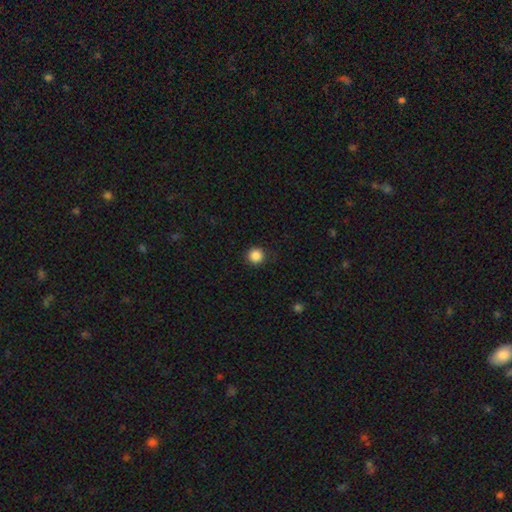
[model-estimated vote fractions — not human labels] Smooth or featured: smooth — 87% (star or artifact — 10%)
How rounded: round — 95% (in between — 4%)
Merging: none — 90% (minor disturbance — 7%)